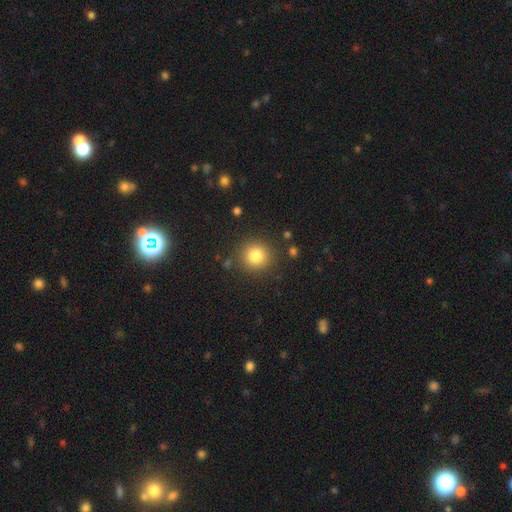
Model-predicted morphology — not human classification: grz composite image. It shows a smooth galaxy with no disk features (82%) that is round (92%). Merging: none (88%).